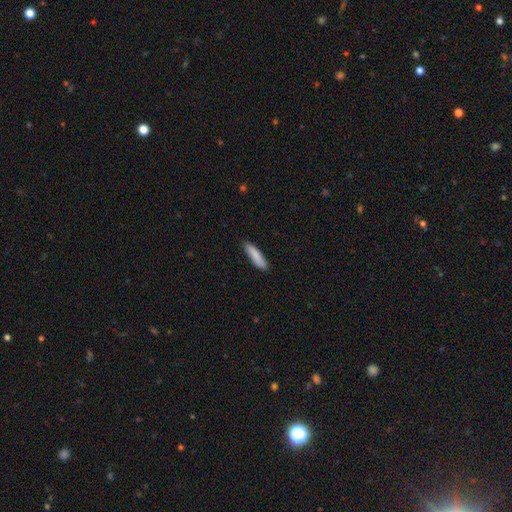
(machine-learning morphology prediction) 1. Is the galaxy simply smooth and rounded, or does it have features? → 87% smooth, 7% featured or disk, 6% star or artifact.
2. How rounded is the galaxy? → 77% cigar-shaped, 22% in between, 1% round.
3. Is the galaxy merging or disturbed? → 88% none, 9% minor disturbance, 2% major disturbance, 1% merger.